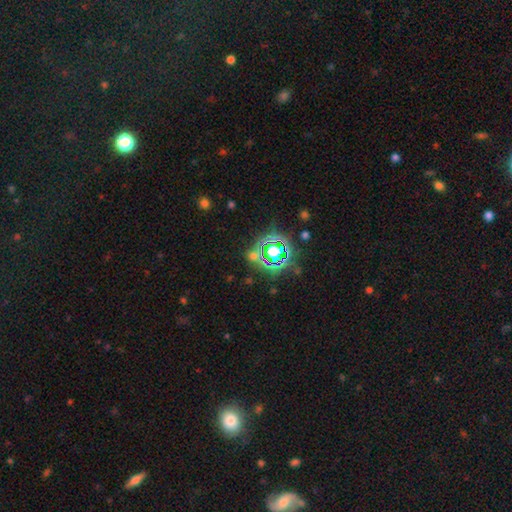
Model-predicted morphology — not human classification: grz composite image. It shows a star or artifact, not a galaxy (73%).